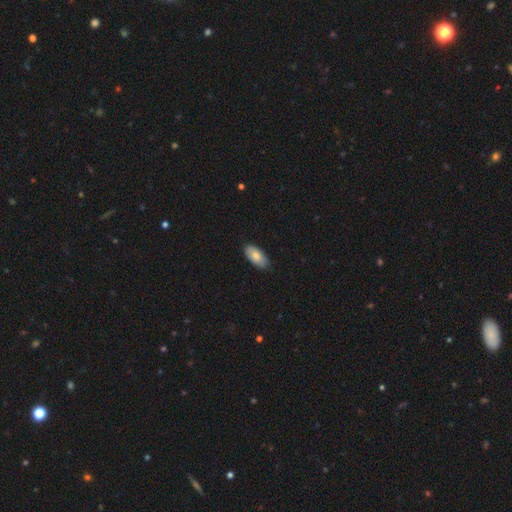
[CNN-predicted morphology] A smooth galaxy with no disk features (79%) that is in between round and cigar-shaped (94%).

Vote fractions:
- Smooth or featured? smooth: 79% / featured or disk: 15% / star or artifact: 6%
- How rounded? in between: 94% / cigar-shaped: 4% / round: 2%
- Merging? none: 84% / minor disturbance: 14% / major disturbance: 2% / merger: 1%